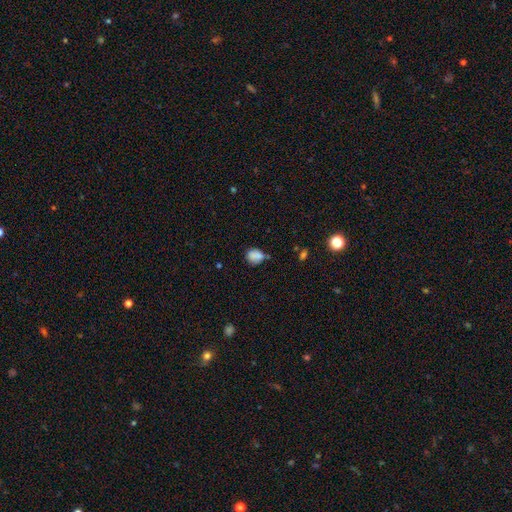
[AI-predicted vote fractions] This is clearly a smooth galaxy (82%). How rounded: possibly round (52%). Merging: possibly none (55%).